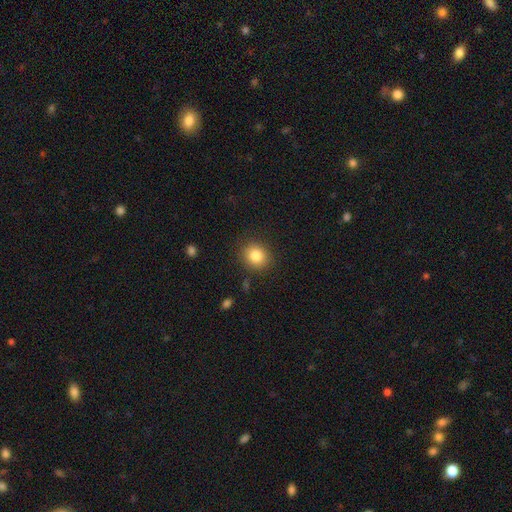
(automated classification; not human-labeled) A smooth galaxy with no disk features (84%) that is round (72%).

Vote fractions:
- Smooth or featured? smooth: 84% / star or artifact: 10% / featured or disk: 7%
- How rounded? round: 72% / in between: 27% / cigar-shaped: 1%
- Merging? none: 87% / minor disturbance: 9% / major disturbance: 3% / merger: 1%